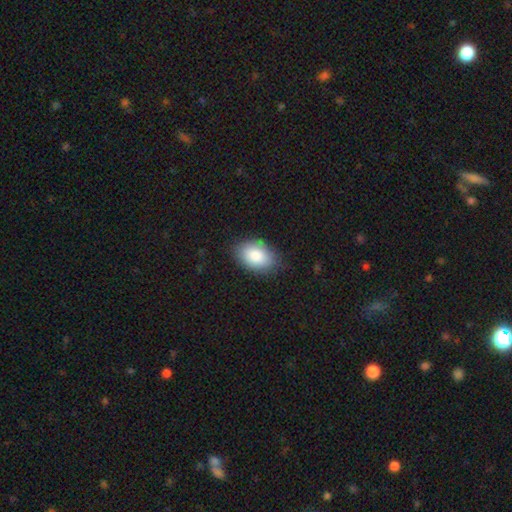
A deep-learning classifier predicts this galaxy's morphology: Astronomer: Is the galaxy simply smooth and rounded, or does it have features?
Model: smooth — 87%.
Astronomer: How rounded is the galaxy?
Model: in between — 87%.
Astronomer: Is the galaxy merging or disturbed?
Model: none — 82%.